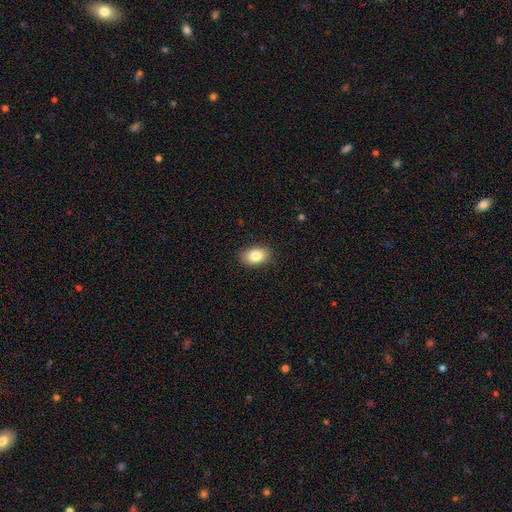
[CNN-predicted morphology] smooth-or-featured: smooth: 83% | star or artifact: 8% | featured or disk: 8%
  how-rounded: in between: 86% | round: 12% | cigar-shaped: 1%
  merging: none: 88% | minor disturbance: 9% | major disturbance: 2% | merger: 1%